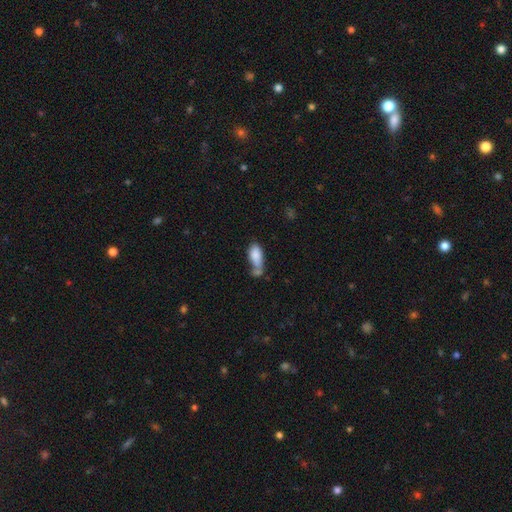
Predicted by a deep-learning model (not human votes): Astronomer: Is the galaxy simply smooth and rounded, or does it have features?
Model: smooth — 81%.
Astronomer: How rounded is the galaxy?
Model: in between — 89%.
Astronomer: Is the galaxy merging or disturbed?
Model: merger — 40% (runner-up: none, 29%).